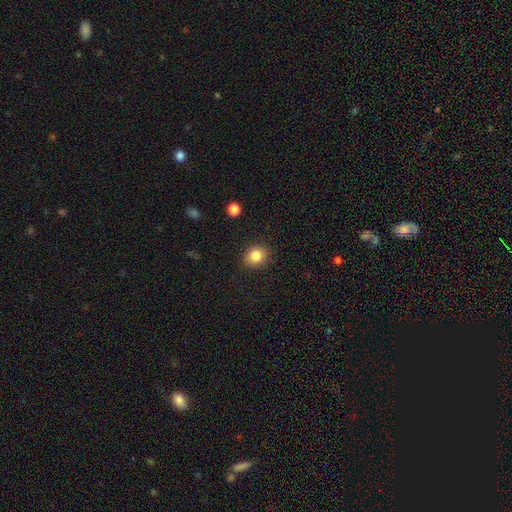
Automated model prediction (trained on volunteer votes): smooth-or-featured: smooth: 84% | star or artifact: 10% | featured or disk: 6%
  how-rounded: round: 67% | in between: 32% | cigar-shaped: 1%
  merging: none: 88% | minor disturbance: 9% | major disturbance: 2% | merger: 1%